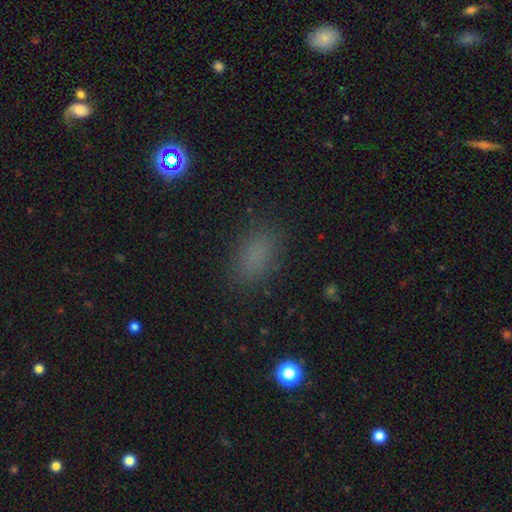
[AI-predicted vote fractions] Smooth or featured: smooth — 77% (star or artifact — 17%)
How rounded: in between — 86% (round — 9%)
Merging: none — 84% (minor disturbance — 11%)